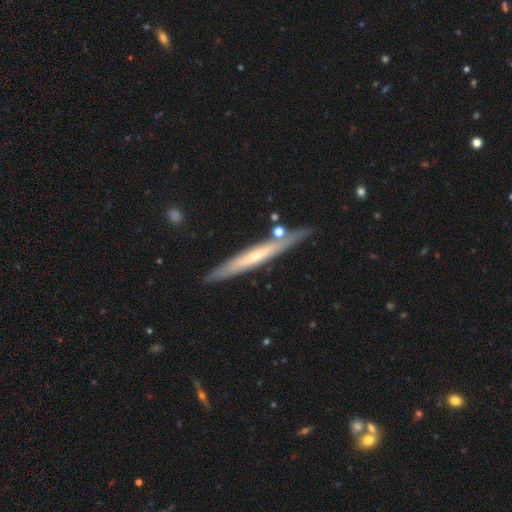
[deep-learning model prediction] Smooth or featured? featured or disk (59%)
Edge-on disk? yes (91%)
Edge-on bulge? none (51%)
Merging? none (83%)